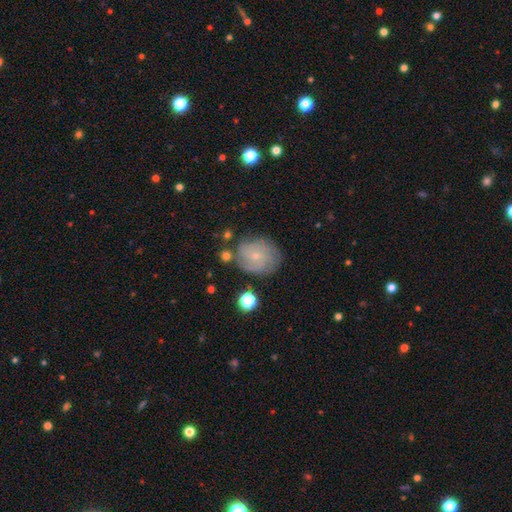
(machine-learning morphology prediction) Smooth or featured: featured or disk — 52% (smooth — 38%)
Edge-on disk: no — 97% (yes — 3%)
Bar: no — 76% (weak — 21%)
Spiral arms: yes — 80% (no — 20%)
Bulge size: small — 82% (moderate — 13%)
Merging: none — 70% (minor disturbance — 19%)